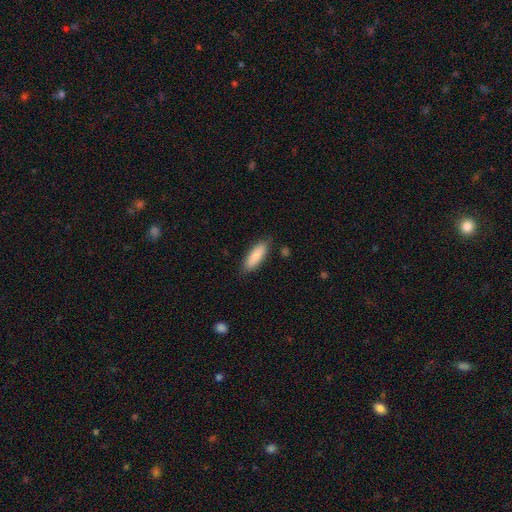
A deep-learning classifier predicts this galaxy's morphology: Smooth or featured?
  - smooth: 86% *
  - featured or disk: 8%
  - star or artifact: 6%
How rounded?
  - in between: 60% *
  - cigar-shaped: 38%
  - round: 2%
Merging?
  - none: 83% *
  - minor disturbance: 13%
  - major disturbance: 2%
  - merger: 1%